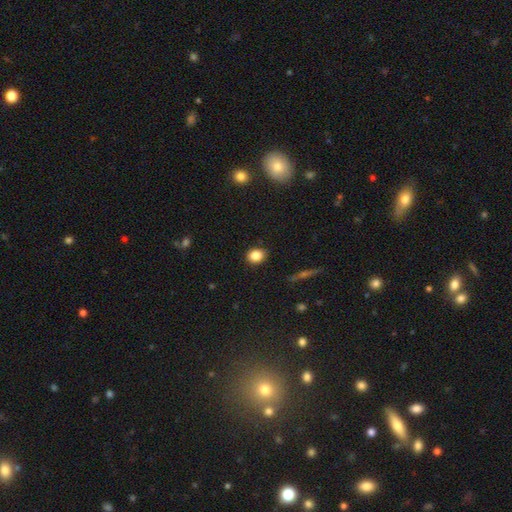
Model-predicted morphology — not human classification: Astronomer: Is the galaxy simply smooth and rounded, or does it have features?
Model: smooth — 84%.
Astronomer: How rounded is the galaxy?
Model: round — 64%.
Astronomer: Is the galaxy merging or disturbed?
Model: none — 88%.